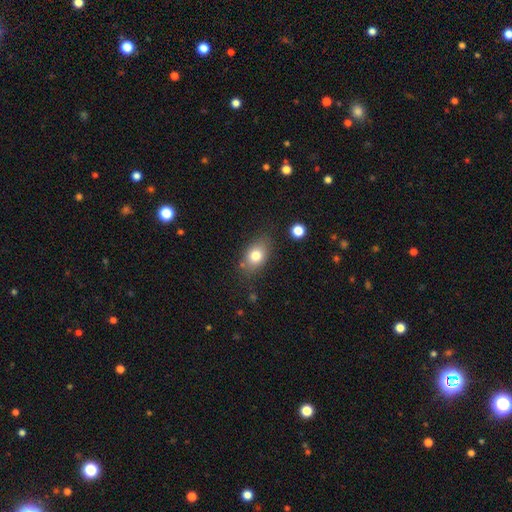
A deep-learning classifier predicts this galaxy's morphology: The model was most divided on "how rounded": in between: 78%, round: 20%, cigar-shaped: 2%. More confident: smooth or featured — smooth (78%); merging — none (75%).